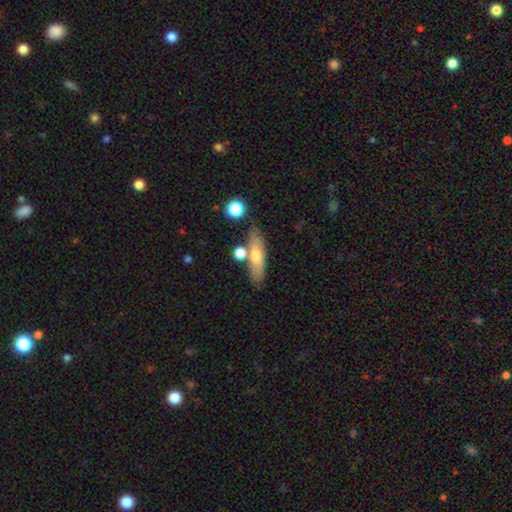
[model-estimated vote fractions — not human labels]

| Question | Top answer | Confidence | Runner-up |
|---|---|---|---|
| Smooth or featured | smooth | 65% | featured or disk (28%) |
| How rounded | cigar-shaped | 57% | in between (39%) |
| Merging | none | 70% | merger (13%) |